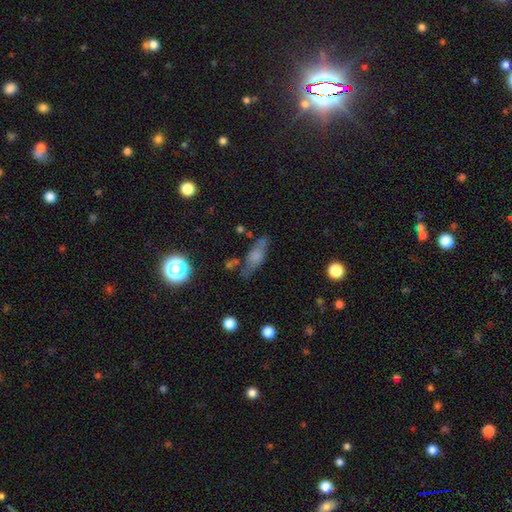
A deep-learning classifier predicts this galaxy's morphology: The model was most divided on "how rounded": in between: 57%, cigar-shaped: 36%, round: 6%. More confident: merging — none (65%); smooth or featured — smooth (59%).